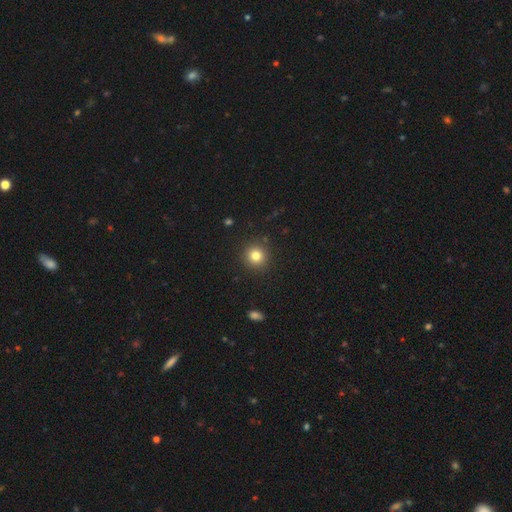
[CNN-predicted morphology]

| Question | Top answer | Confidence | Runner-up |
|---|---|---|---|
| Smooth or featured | smooth | 81% | star or artifact (12%) |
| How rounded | round | 92% | in between (7%) |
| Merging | none | 91% | minor disturbance (6%) |